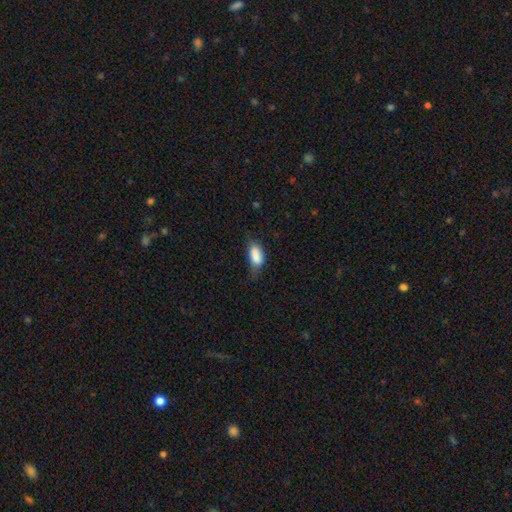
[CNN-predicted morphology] Q: Smooth or featured?
A: smooth (83%); runner-up: featured or disk (9%)
Q: How rounded?
A: in between (88%); runner-up: cigar-shaped (9%)
Q: Merging?
A: minor disturbance (41%); runner-up: none (39%)